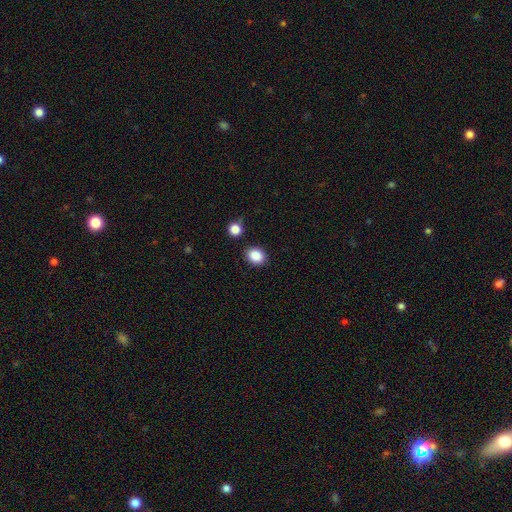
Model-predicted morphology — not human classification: smooth-or-featured: smooth: 87% | star or artifact: 9% | featured or disk: 4%
  how-rounded: round: 56% | in between: 43% | cigar-shaped: 1%
  merging: none: 86% | minor disturbance: 8% | merger: 3% | major disturbance: 3%